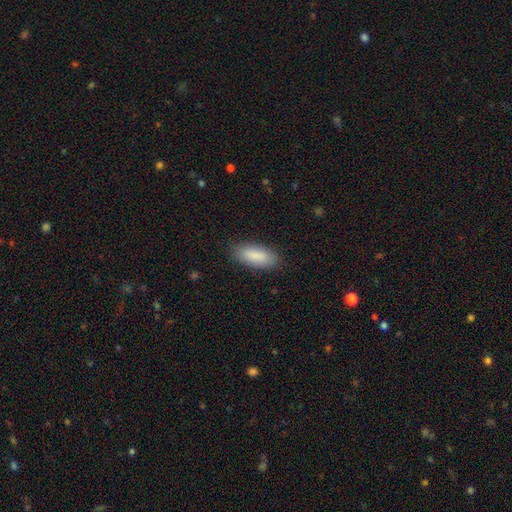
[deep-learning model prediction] A smooth galaxy with no disk features (88%) that is in between round and cigar-shaped (78%).

Vote fractions:
- Smooth or featured? smooth: 88% / star or artifact: 6% / featured or disk: 6%
- How rounded? in between: 78% / cigar-shaped: 21% / round: 2%
- Merging? none: 86% / minor disturbance: 10% / major disturbance: 2% / merger: 1%